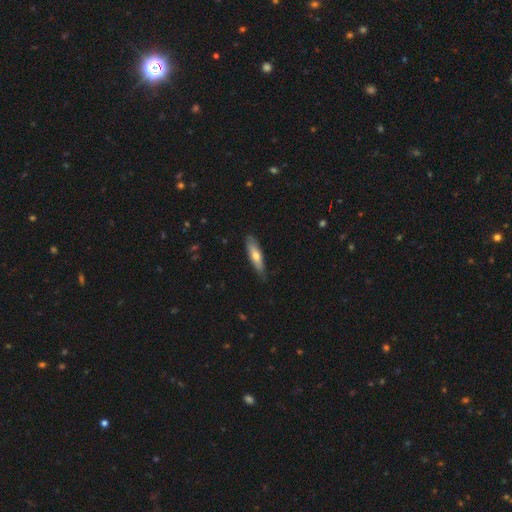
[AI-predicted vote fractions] Smooth or featured? smooth (59%)
How rounded? cigar-shaped (74%)
Merging? none (78%)